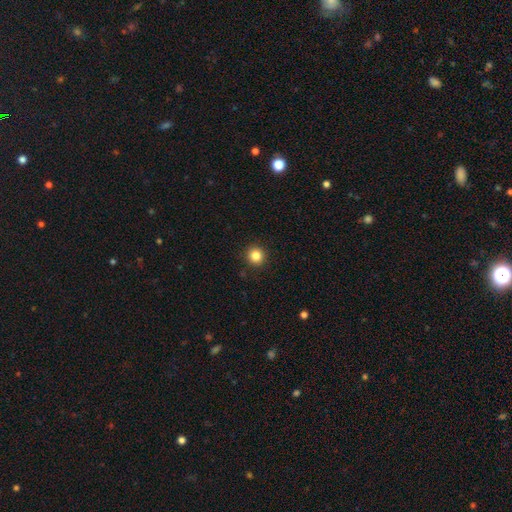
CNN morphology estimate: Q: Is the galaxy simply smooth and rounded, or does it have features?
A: smooth — 85%.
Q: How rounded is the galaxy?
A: round — 94%.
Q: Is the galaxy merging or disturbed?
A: none — 92%.